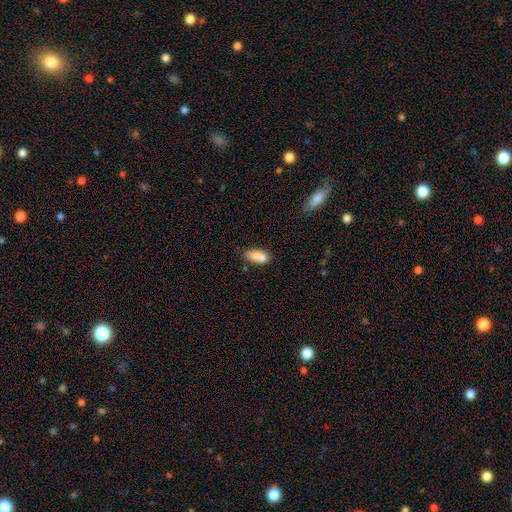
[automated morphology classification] Smooth or featured? Predicted: smooth (p=0.74). How rounded? Predicted: in between (p=0.85). Merging? Predicted: none (p=0.40, tied with merger).